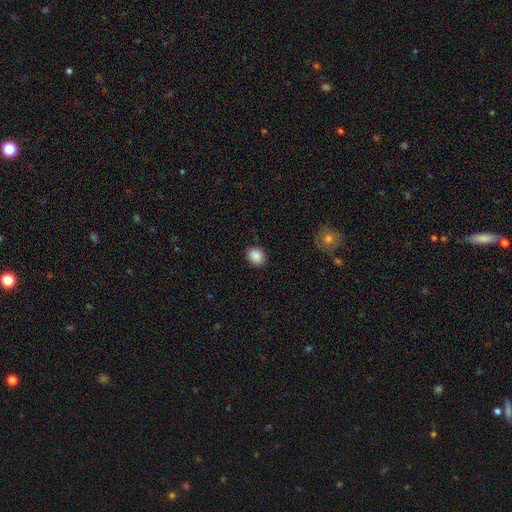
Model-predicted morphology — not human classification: The model was most divided on "how rounded": round: 59%, in between: 40%, cigar-shaped: 1%. More confident: merging — none (88%); smooth or featured — smooth (88%).